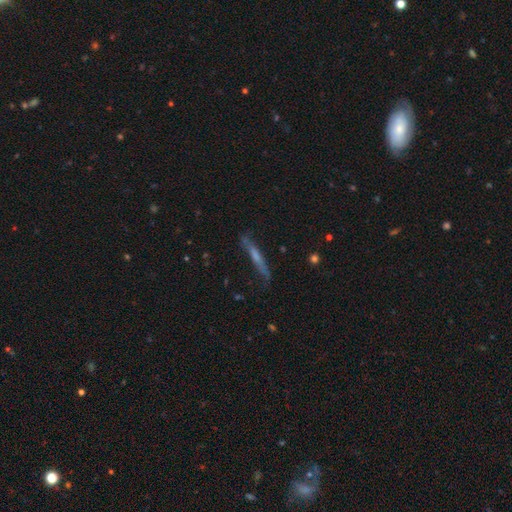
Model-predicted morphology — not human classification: type=featured or disk (55%); edge-on=yes (88%); merging=none (75%).